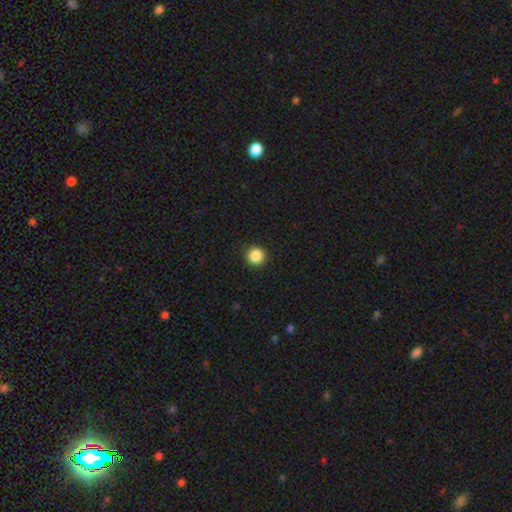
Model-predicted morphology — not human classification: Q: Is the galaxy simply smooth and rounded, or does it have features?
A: smooth — 87%.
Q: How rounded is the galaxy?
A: round — 96%.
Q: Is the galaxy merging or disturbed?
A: none — 93%.